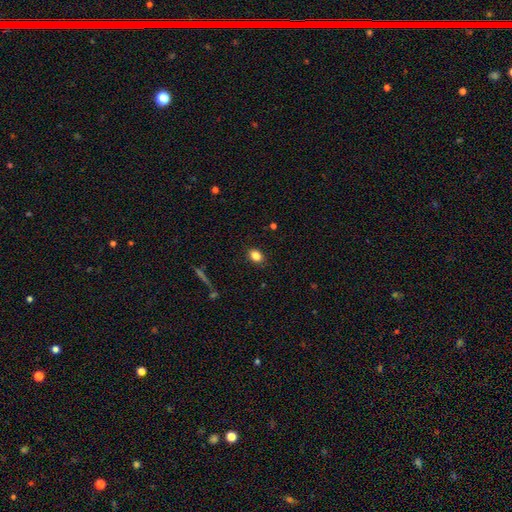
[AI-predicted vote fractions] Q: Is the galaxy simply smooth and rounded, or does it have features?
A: smooth — 84%.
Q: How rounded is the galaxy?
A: in between — 72%.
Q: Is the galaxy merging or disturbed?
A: none — 86%.